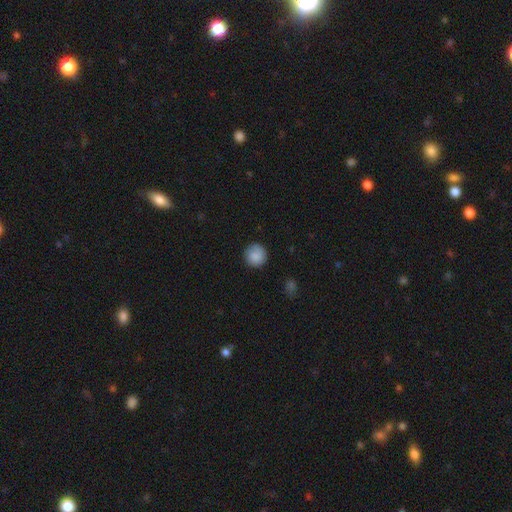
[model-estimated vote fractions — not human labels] Smooth or featured: smooth — 87% (star or artifact — 8%)
How rounded: round — 93% (in between — 6%)
Merging: none — 86% (minor disturbance — 11%)